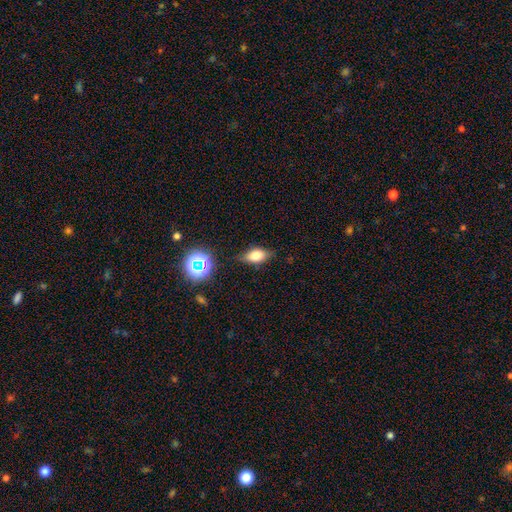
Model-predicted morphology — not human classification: Smooth or featured: smooth — 72% (featured or disk — 16%)
How rounded: in between — 82% (round — 11%)
Merging: none — 77% (minor disturbance — 17%)